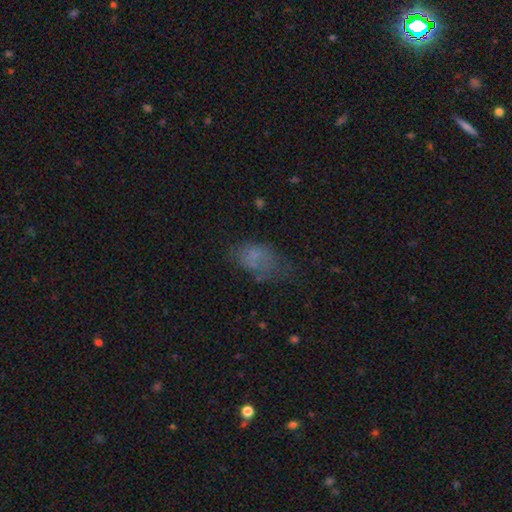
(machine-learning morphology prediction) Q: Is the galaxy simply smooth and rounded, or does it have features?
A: smooth — 57%.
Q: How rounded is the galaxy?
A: in between — 87%.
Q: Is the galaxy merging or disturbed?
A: none — 39%.